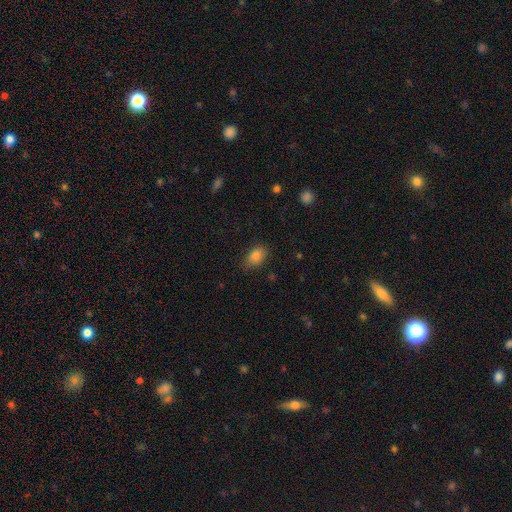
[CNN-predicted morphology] smooth_or_featured: smooth (p=0.84) [alt: star or artifact p=0.10]
how_rounded: in between (p=0.82) [alt: round p=0.16]
merging: none (p=0.79) [alt: minor disturbance p=0.16]